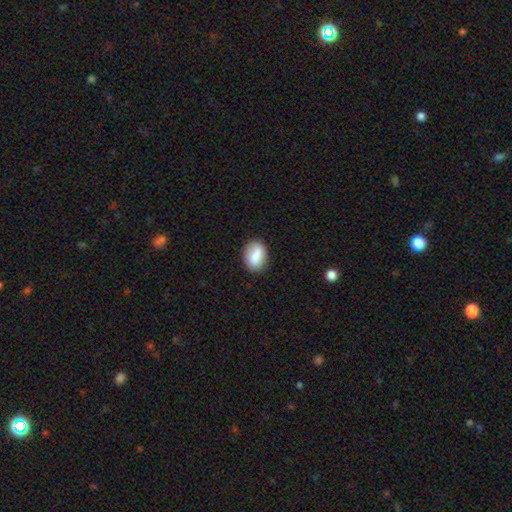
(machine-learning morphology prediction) This is clearly a smooth galaxy (84%). How rounded: likely in between (79%). Merging: clearly none (82%).